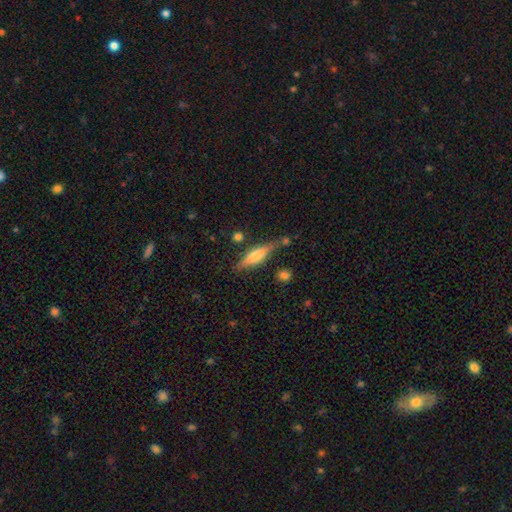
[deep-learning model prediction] Morphology: type=featured or disk (51%); edge-on=yes (92%); merging=none (73%).